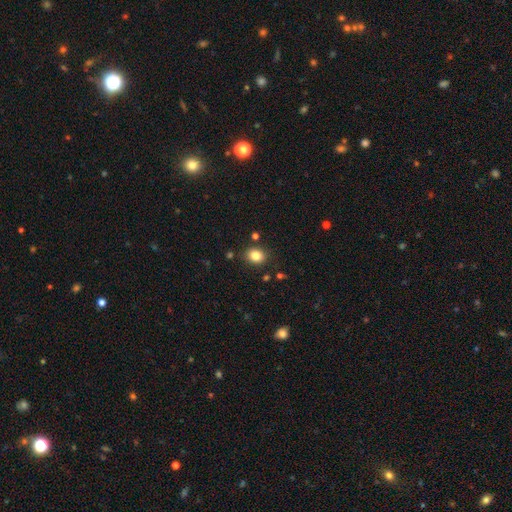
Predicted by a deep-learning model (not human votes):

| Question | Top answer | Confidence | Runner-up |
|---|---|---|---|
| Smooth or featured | smooth | 84% | star or artifact (11%) |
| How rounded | round | 60% | in between (39%) |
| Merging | none | 86% | minor disturbance (9%) |